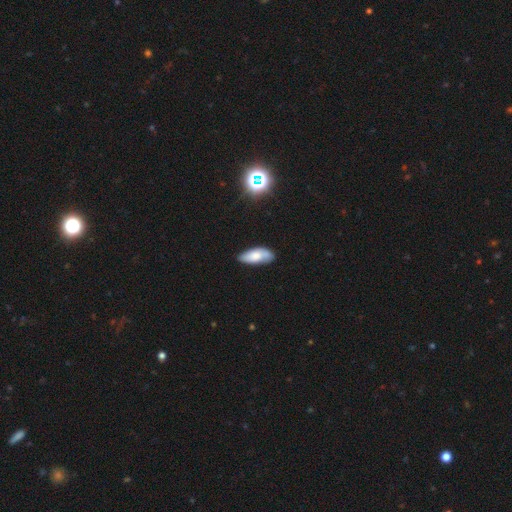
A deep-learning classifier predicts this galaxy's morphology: smooth_or_featured: smooth (p=0.73) [alt: featured or disk p=0.19]
how_rounded: in between (p=0.81) [alt: cigar-shaped p=0.17]
merging: none (p=0.68) [alt: minor disturbance p=0.25]